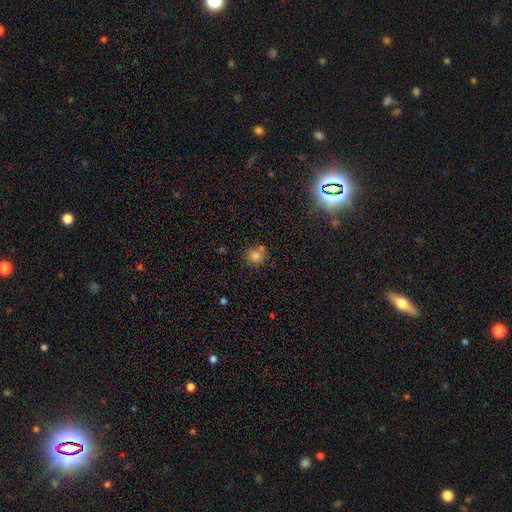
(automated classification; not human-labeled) Overall: smooth (75%). How rounded: round (89%). Merging: none (66%).